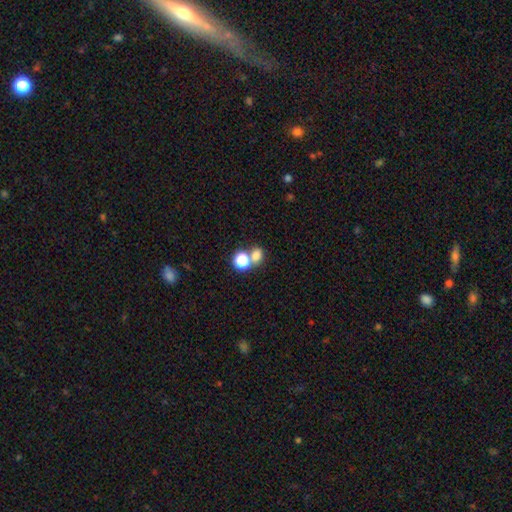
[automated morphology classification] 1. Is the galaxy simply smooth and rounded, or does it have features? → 75% smooth, 17% star or artifact, 8% featured or disk.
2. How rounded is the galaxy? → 59% round, 40% in between, 1% cigar-shaped.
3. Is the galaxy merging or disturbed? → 47% none, 42% merger, 7% minor disturbance, 4% major disturbance.